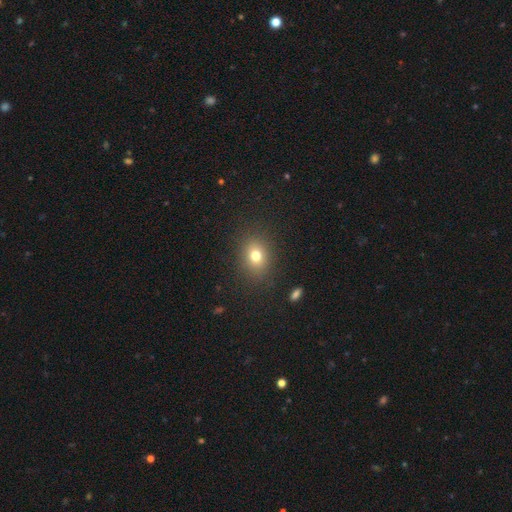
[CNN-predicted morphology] Q: Smooth or featured?
A: smooth (76%); runner-up: star or artifact (14%)
Q: How rounded?
A: round (52%); runner-up: in between (47%)
Q: Merging?
A: none (87%); runner-up: minor disturbance (9%)